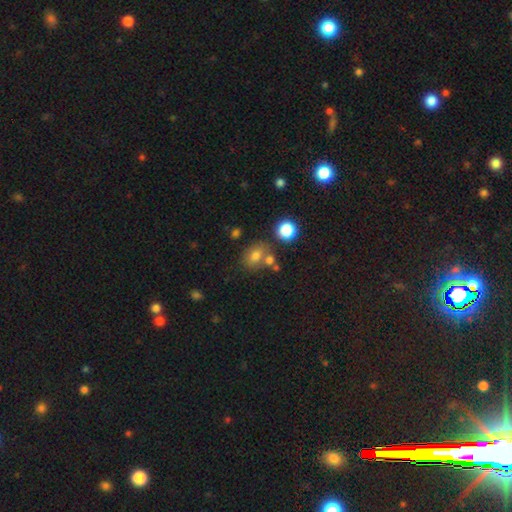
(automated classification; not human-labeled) smooth 73%, star or artifact 15%, featured or disk 12%. Down the decision tree: how rounded — in between (55%); merging — none (58%).